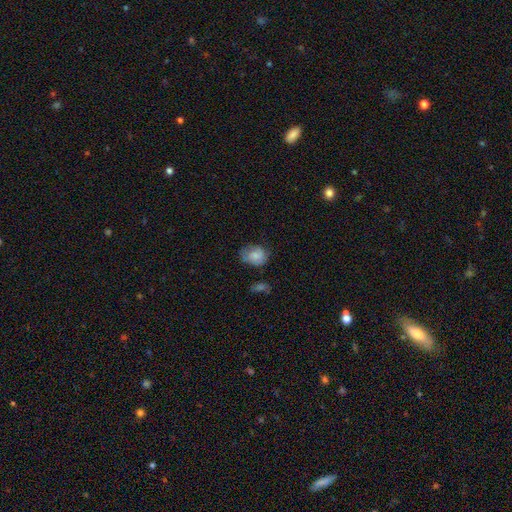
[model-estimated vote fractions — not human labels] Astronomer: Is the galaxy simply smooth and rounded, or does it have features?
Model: smooth — 74%.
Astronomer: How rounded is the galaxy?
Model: in between — 63%.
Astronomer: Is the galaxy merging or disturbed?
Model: none — 58%.